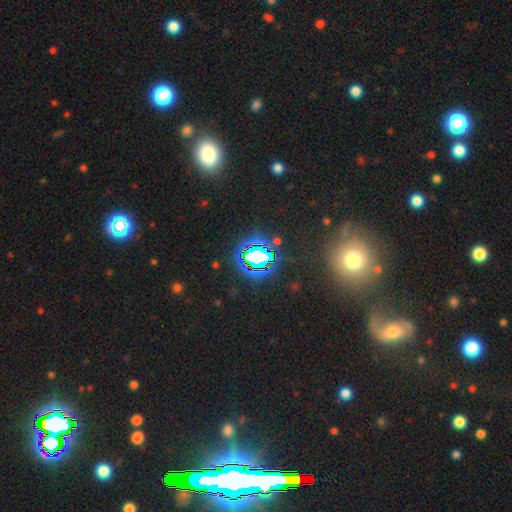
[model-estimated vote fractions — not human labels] Morphology: type=star or artifact (75%).